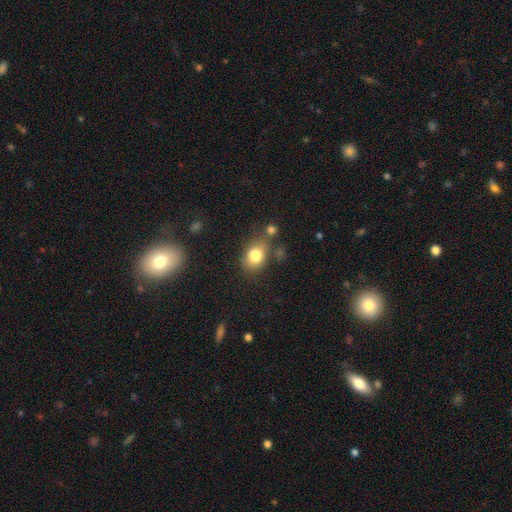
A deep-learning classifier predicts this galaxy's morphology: smooth-or-featured: smooth: 80% | featured or disk: 10% | star or artifact: 10%
  how-rounded: in between: 68% | round: 30% | cigar-shaped: 1%
  merging: none: 62% | minor disturbance: 19% | merger: 12% | major disturbance: 7%